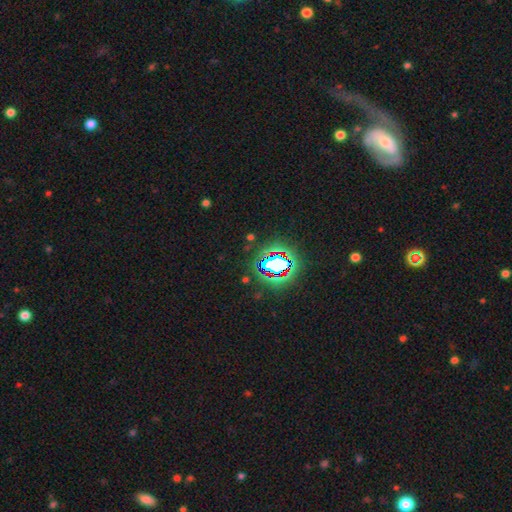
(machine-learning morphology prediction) This appears to be a star or artifact, not a galaxy (65%).